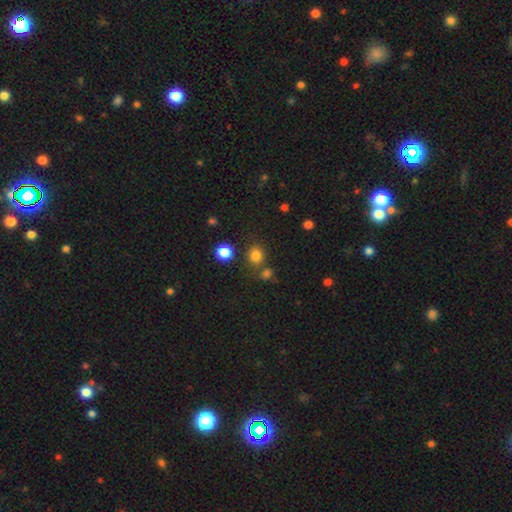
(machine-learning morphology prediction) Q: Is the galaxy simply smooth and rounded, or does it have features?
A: smooth — 79%.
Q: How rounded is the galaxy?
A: round — 80%.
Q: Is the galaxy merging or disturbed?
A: none — 74%.